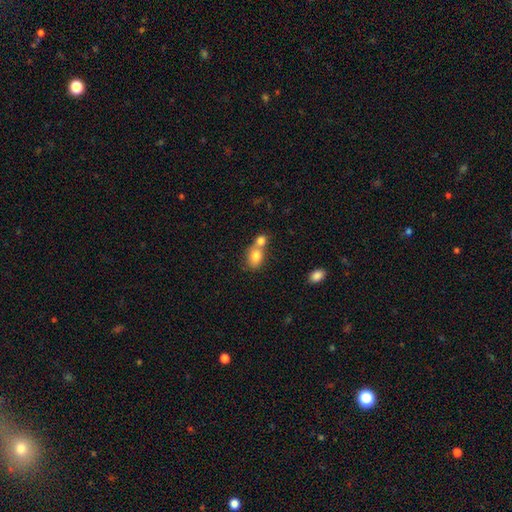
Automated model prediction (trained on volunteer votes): smooth 80%, featured or disk 11%, star or artifact 8%. Down the decision tree: how rounded — in between (63%); merging — merger (60%).